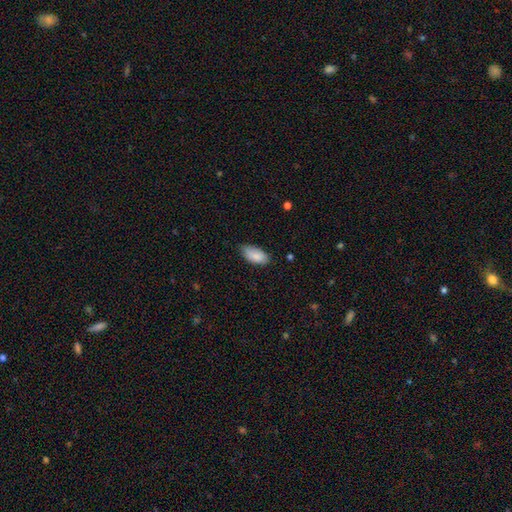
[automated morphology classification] Smooth or featured: smooth — 87% (featured or disk — 6%)
How rounded: in between — 93% (cigar-shaped — 4%)
Merging: none — 68% (minor disturbance — 27%)